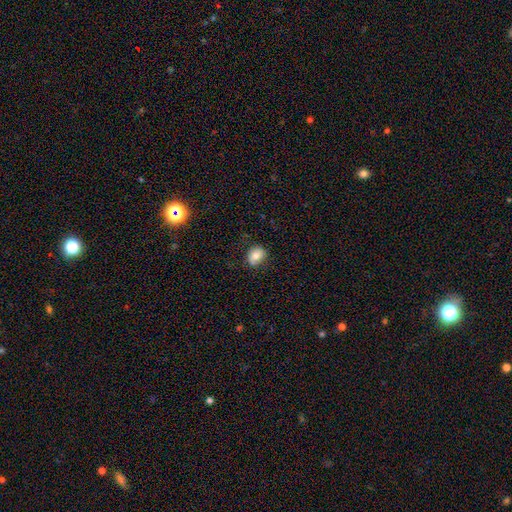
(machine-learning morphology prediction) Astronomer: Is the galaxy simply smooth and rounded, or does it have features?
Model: smooth — 80%.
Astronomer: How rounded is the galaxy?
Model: in between — 58% (runner-up: round, 41%).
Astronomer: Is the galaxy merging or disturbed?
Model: none — 80%.